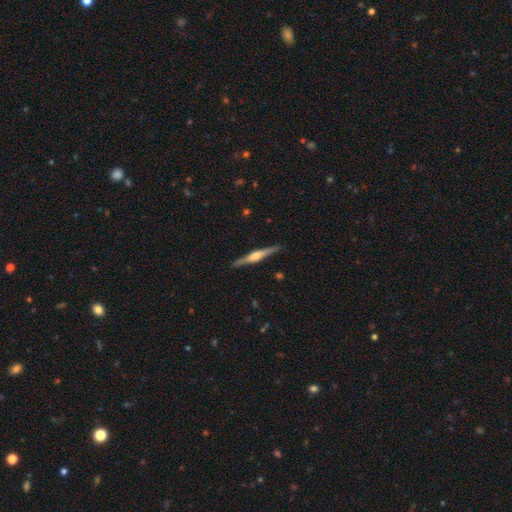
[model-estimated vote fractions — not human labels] This is likely a featured or disk galaxy (75%). It is clearly viewed edge-on (98%). Edge-on bulge: likely rounded (77%). Merging: clearly none (90%).